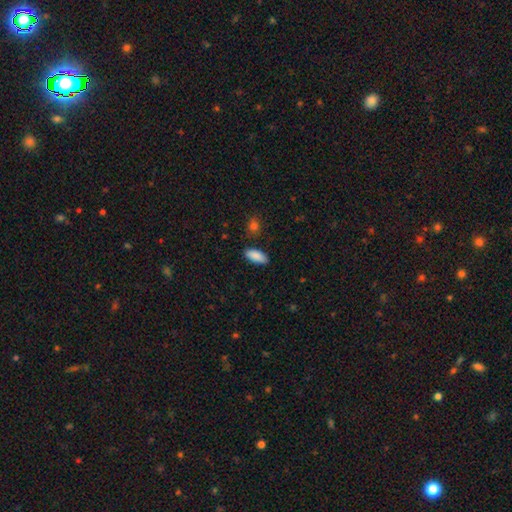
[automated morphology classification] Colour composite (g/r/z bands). It shows a smooth galaxy with no disk features (89%) that is in between round and cigar-shaped (85%). Merging: none (85%).